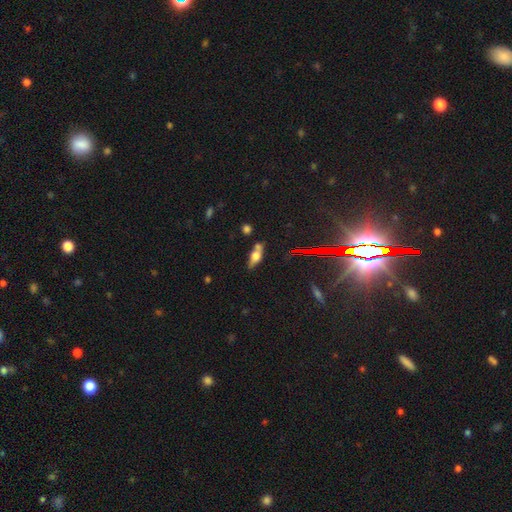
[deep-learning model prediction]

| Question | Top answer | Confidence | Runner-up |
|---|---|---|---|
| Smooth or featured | smooth | 53% | featured or disk (34%) |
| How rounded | in between | 65% | cigar-shaped (29%) |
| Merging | none | 56% | merger (20%) |